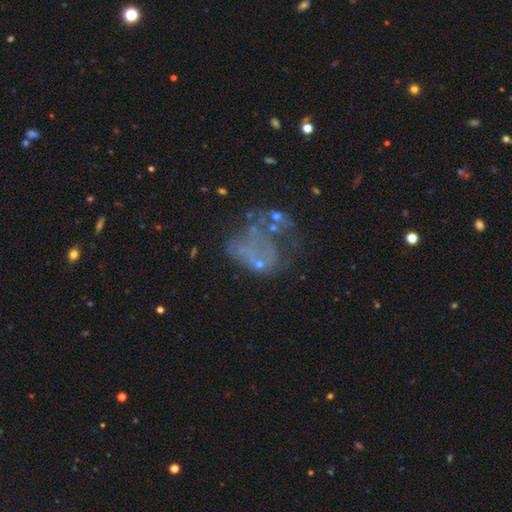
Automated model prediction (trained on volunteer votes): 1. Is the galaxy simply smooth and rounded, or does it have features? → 52% featured or disk, 25% smooth, 23% star or artifact.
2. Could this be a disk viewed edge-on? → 98% no, 2% yes.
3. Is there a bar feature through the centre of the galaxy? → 93% no, 5% weak, 2% strong.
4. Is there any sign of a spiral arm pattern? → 93% no, 7% yes.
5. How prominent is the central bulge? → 81% none, 12% small, 5% moderate, 1% large, 1% dominant.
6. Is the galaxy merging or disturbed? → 40% major disturbance, 31% none, 14% minor disturbance, 14% merger.